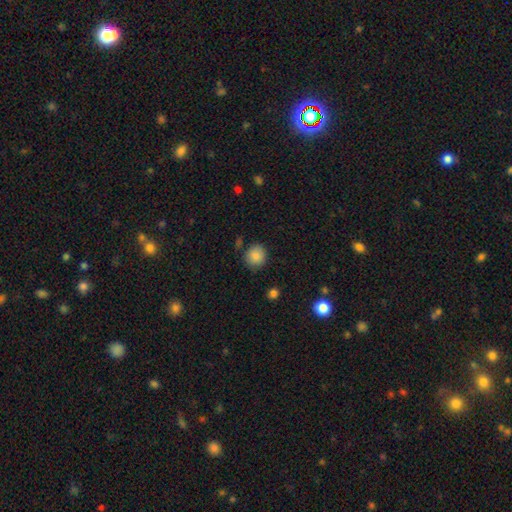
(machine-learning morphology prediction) This appears to be a smooth galaxy with no disk features (86%) that is round (87%). Merging: none (82%).